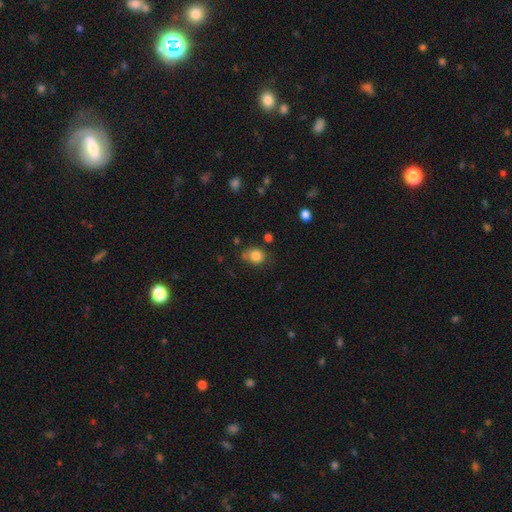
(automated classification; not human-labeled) smooth 83%, star or artifact 10%, featured or disk 7%. Down the decision tree: how rounded — round (65%); merging — none (63%).